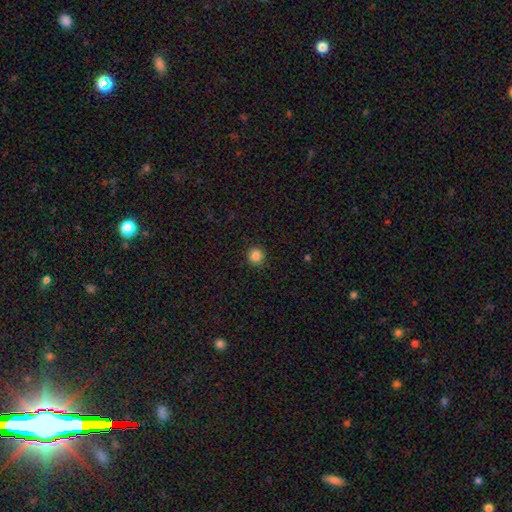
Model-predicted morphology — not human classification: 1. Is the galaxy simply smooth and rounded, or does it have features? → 86% smooth, 11% star or artifact, 3% featured or disk.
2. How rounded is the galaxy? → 94% round, 5% in between, 1% cigar-shaped.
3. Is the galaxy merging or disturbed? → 92% none, 6% minor disturbance, 2% major disturbance, 1% merger.